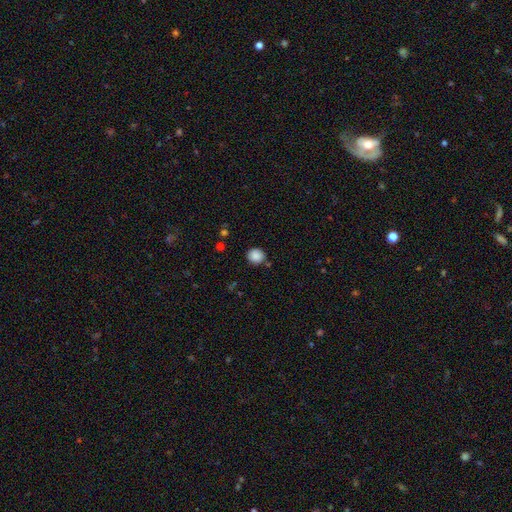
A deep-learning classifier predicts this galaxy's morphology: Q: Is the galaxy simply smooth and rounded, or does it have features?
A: smooth — 87%.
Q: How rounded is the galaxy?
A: round — 88%.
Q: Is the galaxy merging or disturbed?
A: none — 81%.